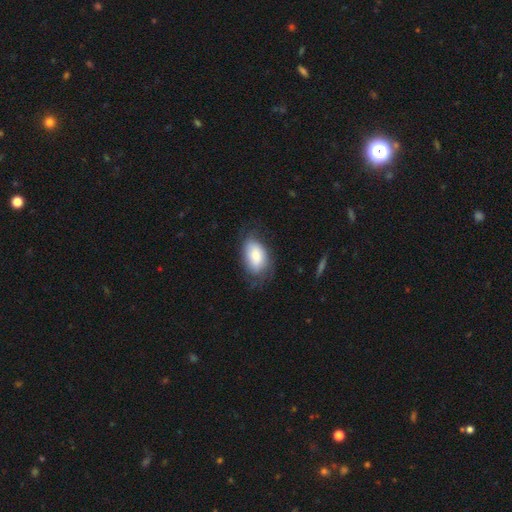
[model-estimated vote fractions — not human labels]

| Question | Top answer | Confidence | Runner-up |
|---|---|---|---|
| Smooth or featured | smooth | 70% | featured or disk (24%) |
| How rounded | in between | 91% | round (7%) |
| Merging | none | 58% | minor disturbance (26%) |